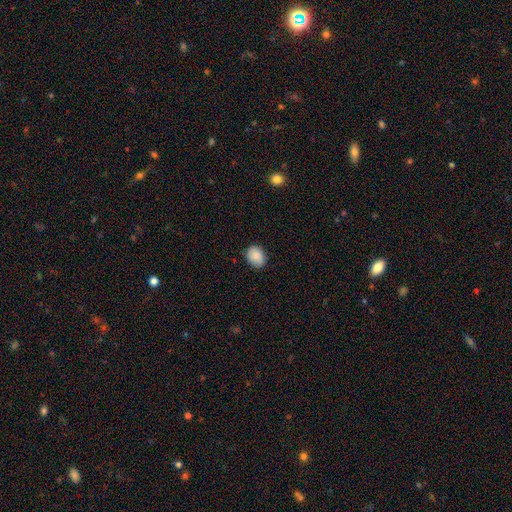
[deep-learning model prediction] This appears to be a smooth galaxy with no disk features (88%) that is in between round and cigar-shaped (57%). Merging: none (82%).